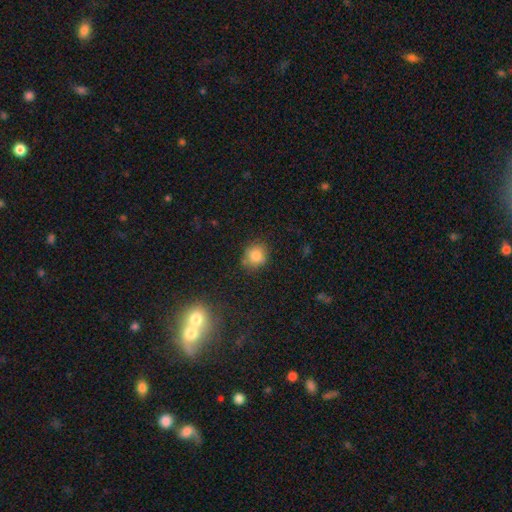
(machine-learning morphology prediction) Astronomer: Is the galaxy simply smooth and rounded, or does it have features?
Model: smooth — 81%.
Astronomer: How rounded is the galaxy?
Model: round — 82%.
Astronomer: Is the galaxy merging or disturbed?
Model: none — 78%.